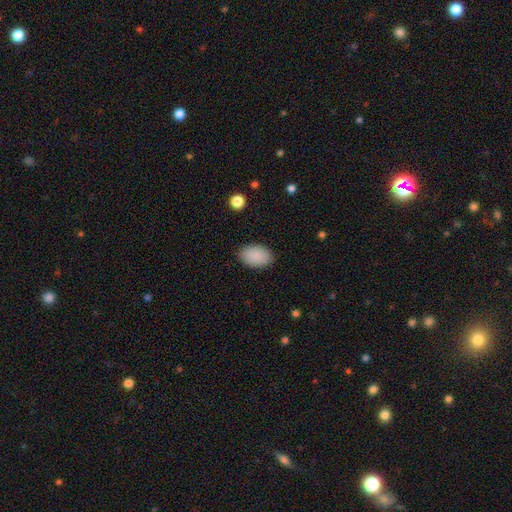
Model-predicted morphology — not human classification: smooth 90%, star or artifact 7%, featured or disk 3%. Down the decision tree: how rounded — in between (90%); merging — none (86%).